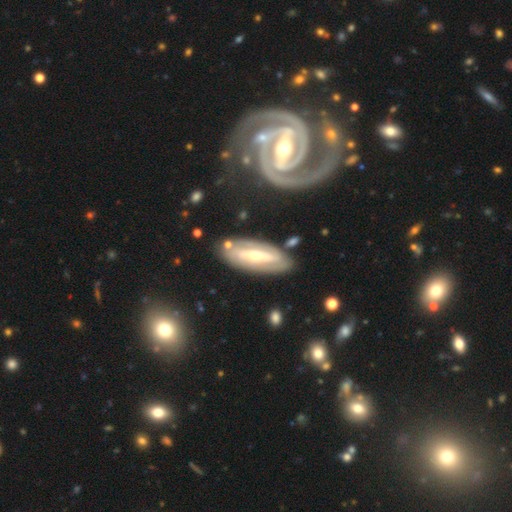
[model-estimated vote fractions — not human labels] smooth_or_featured: featured or disk (p=0.76) [alt: smooth p=0.19]
disk_edge_on: no (p=0.82) [alt: yes p=0.18]
bar: strong (p=0.53) [alt: weak p=0.26]
has_spiral_arms: yes (p=0.75) [alt: no p=0.25]
bulge_size: moderate (p=0.49) [alt: small p=0.46]
merging: none (p=0.78) [alt: minor disturbance p=0.13]